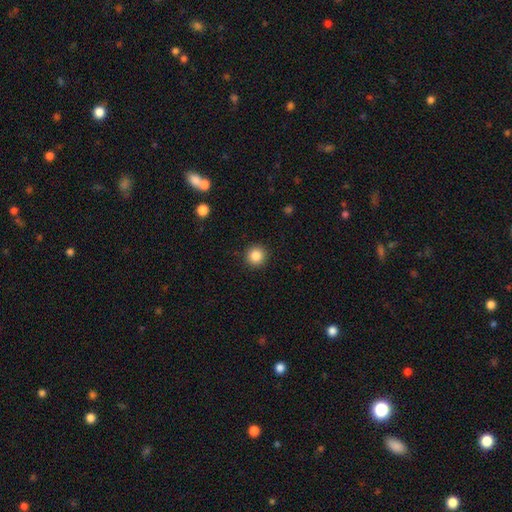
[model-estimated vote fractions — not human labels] smooth 86%, star or artifact 10%, featured or disk 4%. Down the decision tree: how rounded — round (95%); merging — none (92%).